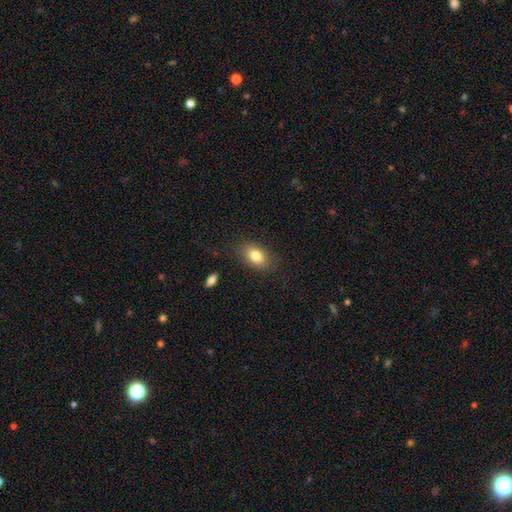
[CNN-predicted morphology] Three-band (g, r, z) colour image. It shows a smooth galaxy with no disk features (81%) that is in between round and cigar-shaped (82%). Merging: none (83%).